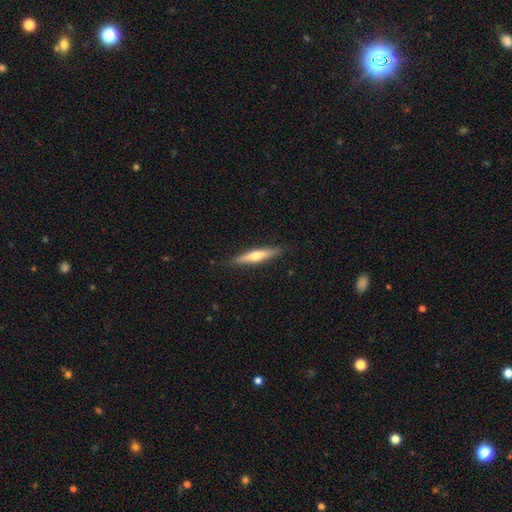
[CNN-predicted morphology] The model was most divided on "smooth or featured": featured or disk: 53%, smooth: 42%, star or artifact: 5%. More confident: edge-on disk — yes (96%); edge-on bulge — rounded (89%); merging — none (88%).